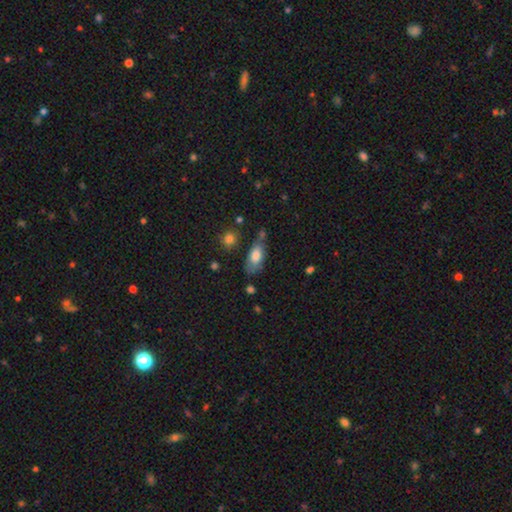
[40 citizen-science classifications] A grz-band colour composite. It shows a smooth galaxy with no disk features (88%) that is in between round and cigar-shaped (86%). Merging: none (48%).